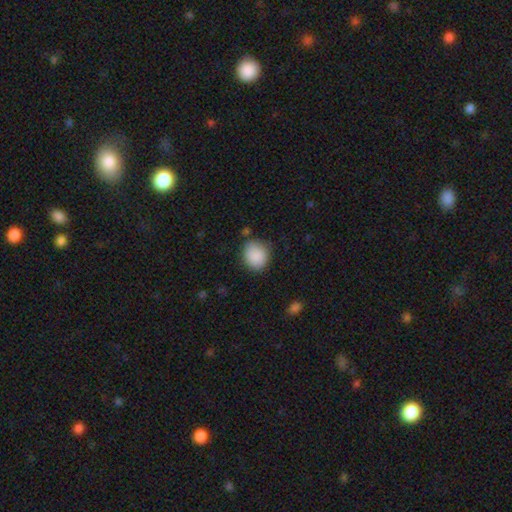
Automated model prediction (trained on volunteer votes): Smooth or featured?
  - smooth: 89% *
  - star or artifact: 7%
  - featured or disk: 4%
How rounded?
  - round: 69% *
  - in between: 30%
  - cigar-shaped: 1%
Merging?
  - none: 78% *
  - minor disturbance: 15%
  - major disturbance: 4%
  - merger: 2%